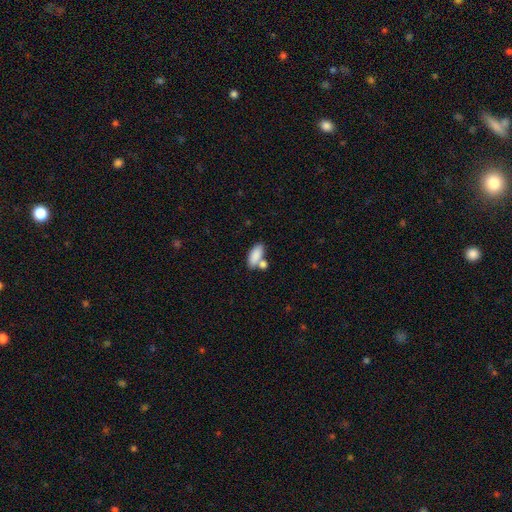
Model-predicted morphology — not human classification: A smooth galaxy with no disk features (86%) that is in between round and cigar-shaped (85%).

Vote fractions:
- Smooth or featured? smooth: 86% / featured or disk: 7% / star or artifact: 7%
- How rounded? in between: 85% / cigar-shaped: 12% / round: 3%
- Merging? none: 56% / merger: 27% / minor disturbance: 12% / major disturbance: 4%